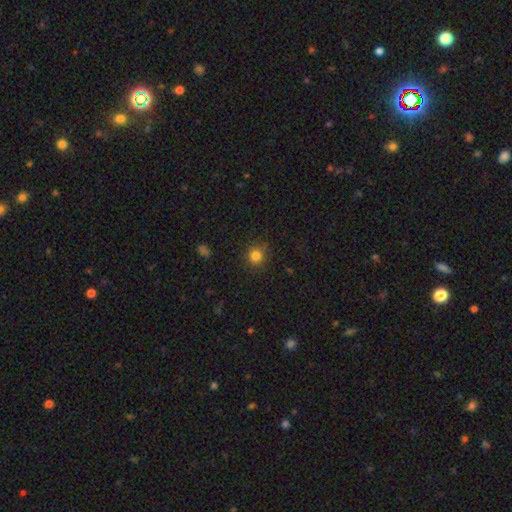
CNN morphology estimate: Smooth or featured? smooth (82%)
How rounded? round (89%)
Merging? none (87%)